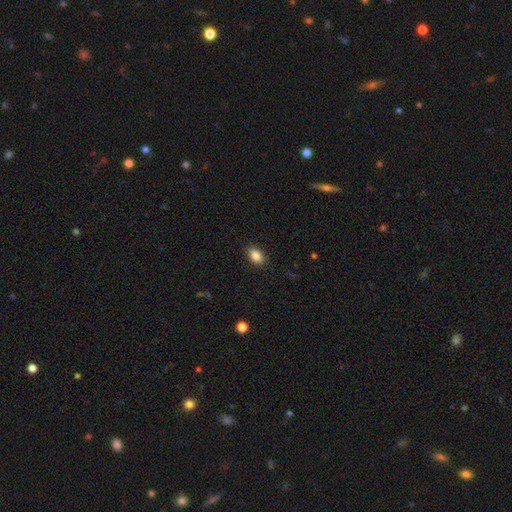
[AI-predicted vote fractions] Smooth or featured?
  - smooth: 87% *
  - star or artifact: 8%
  - featured or disk: 4%
How rounded?
  - in between: 86% *
  - round: 12%
  - cigar-shaped: 2%
Merging?
  - none: 87% *
  - minor disturbance: 9%
  - major disturbance: 2%
  - merger: 1%